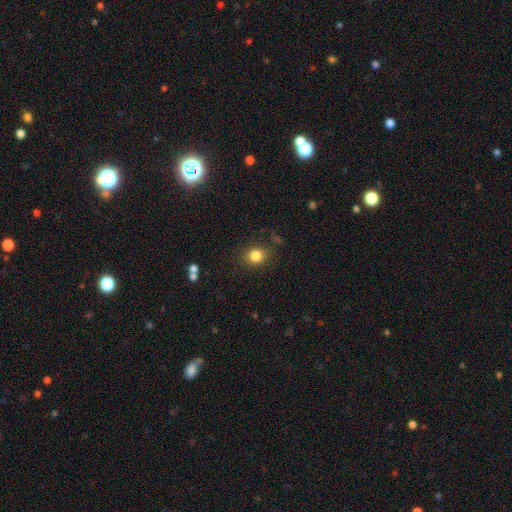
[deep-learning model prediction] Smooth or featured?
  - smooth: 83% *
  - star or artifact: 11%
  - featured or disk: 5%
How rounded?
  - round: 78% *
  - in between: 21%
  - cigar-shaped: 1%
Merging?
  - none: 85% *
  - minor disturbance: 10%
  - major disturbance: 3%
  - merger: 2%